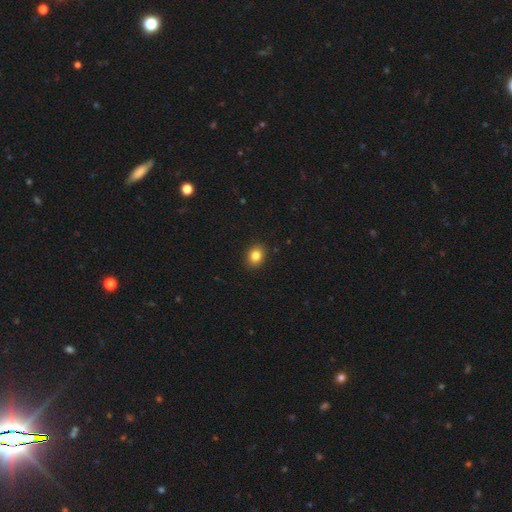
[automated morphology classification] smooth 84%, star or artifact 10%, featured or disk 5%. Down the decision tree: how rounded — round (52%); merging — none (90%).